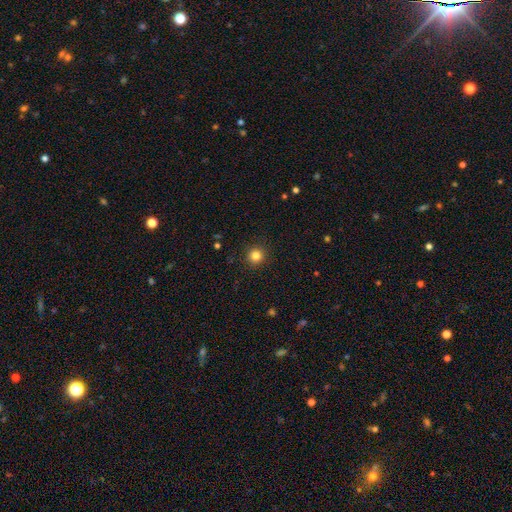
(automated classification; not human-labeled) This appears to be a smooth galaxy with no disk features (83%) that is round (94%). Merging: none (92%).